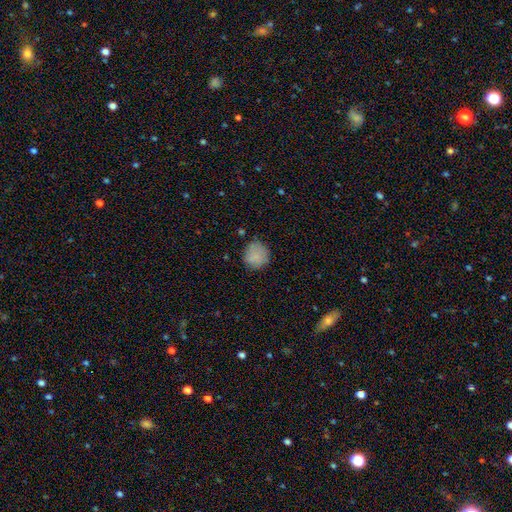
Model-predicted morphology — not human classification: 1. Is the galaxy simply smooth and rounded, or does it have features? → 82% smooth, 10% featured or disk, 8% star or artifact.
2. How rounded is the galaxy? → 84% round, 15% in between, 1% cigar-shaped.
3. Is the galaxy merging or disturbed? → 74% none, 19% minor disturbance, 5% major disturbance, 2% merger.